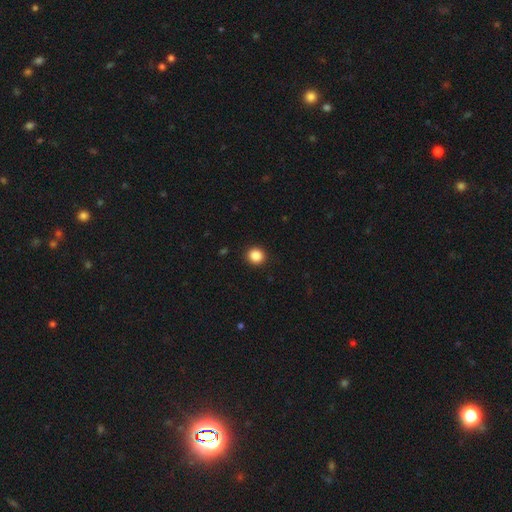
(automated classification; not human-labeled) Smooth or featured? Predicted: smooth (p=0.87). How rounded? Predicted: round (p=0.90). Merging? Predicted: none (p=0.92).